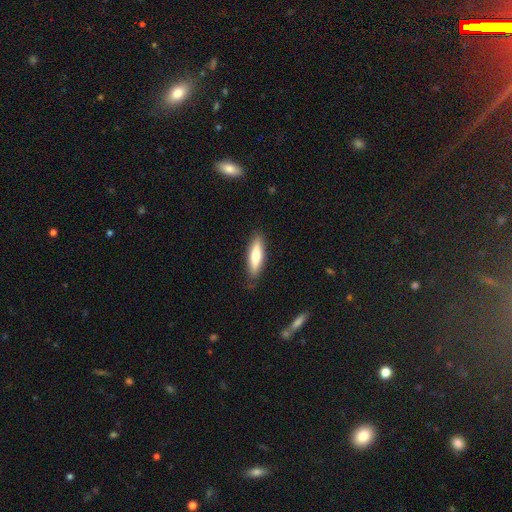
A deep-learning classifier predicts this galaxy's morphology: The model was most divided on "how rounded": cigar-shaped: 63%, in between: 35%, round: 2%. More confident: merging — none (84%); smooth or featured — smooth (68%).